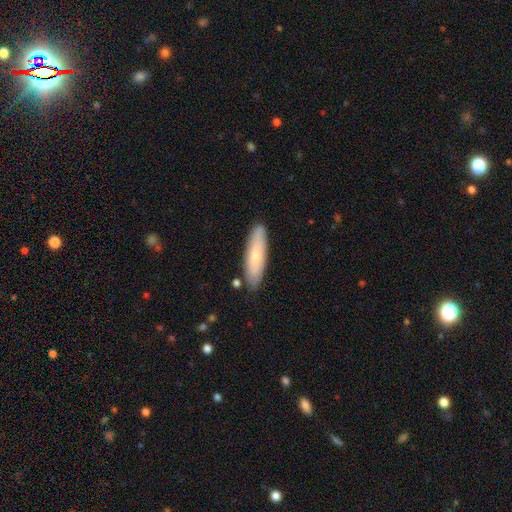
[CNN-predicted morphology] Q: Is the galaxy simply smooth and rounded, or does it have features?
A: smooth — 67%.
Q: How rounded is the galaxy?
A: cigar-shaped — 64%.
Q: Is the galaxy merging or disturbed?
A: none — 85%.